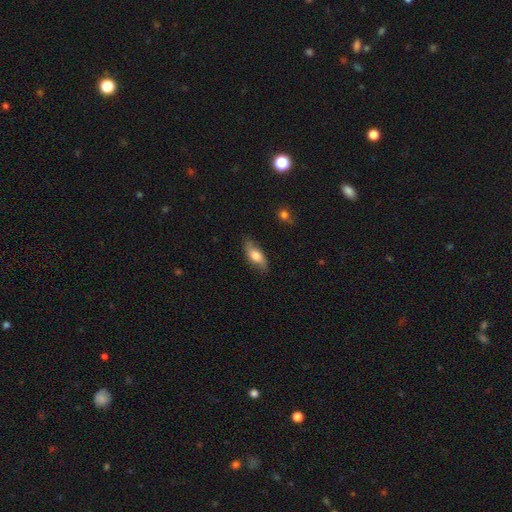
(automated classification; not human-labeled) This appears to be a smooth galaxy with no disk features (64%) that is in between round and cigar-shaped (76%). Merging: none (78%).